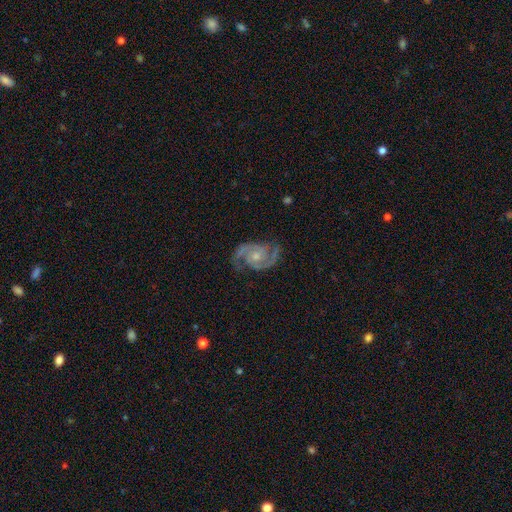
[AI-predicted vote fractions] Smooth or featured? featured or disk (92%)
Edge-on disk? no (98%)
Bar? no (66%)
Spiral arms? yes (98%)
Spiral winding? medium (56%)
Spiral arm count? 2 (92%)
Bulge size? moderate (48%)
Merging? none (78%)